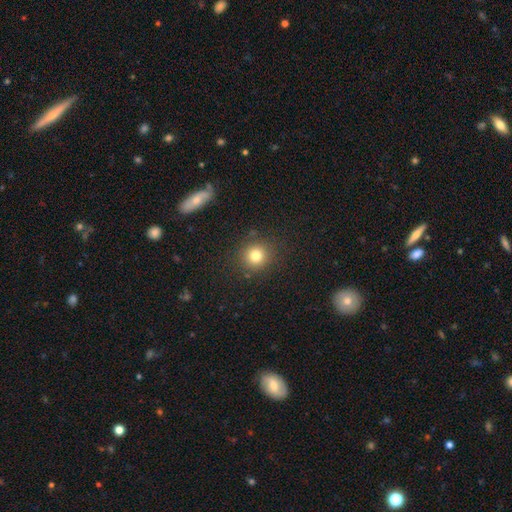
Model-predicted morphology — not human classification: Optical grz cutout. It shows a smooth galaxy with no disk features (80%) that is round (90%). Merging: none (87%).